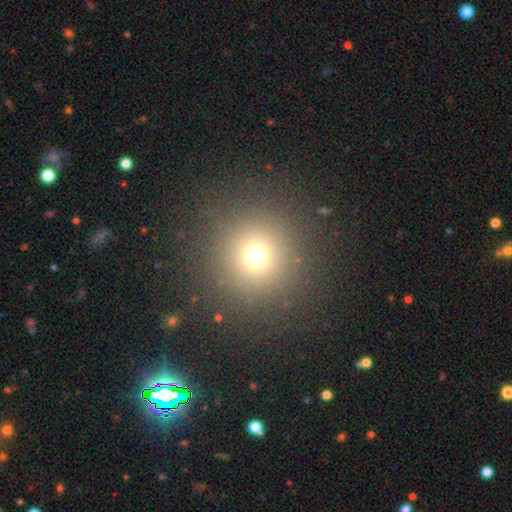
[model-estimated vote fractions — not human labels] This appears to be a smooth galaxy with no disk features (70%) that is round (95%). Merging: none (89%).